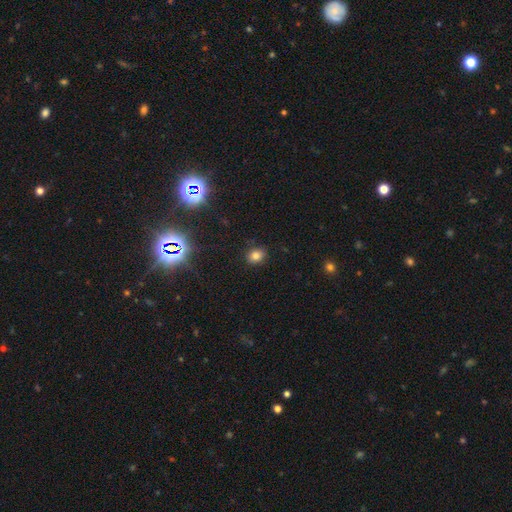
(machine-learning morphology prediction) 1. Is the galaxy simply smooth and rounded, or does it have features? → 77% smooth, 16% star or artifact, 7% featured or disk.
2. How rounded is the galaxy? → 55% round, 44% in between, 1% cigar-shaped.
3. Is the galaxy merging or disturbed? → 86% none, 10% minor disturbance, 3% major disturbance, 1% merger.